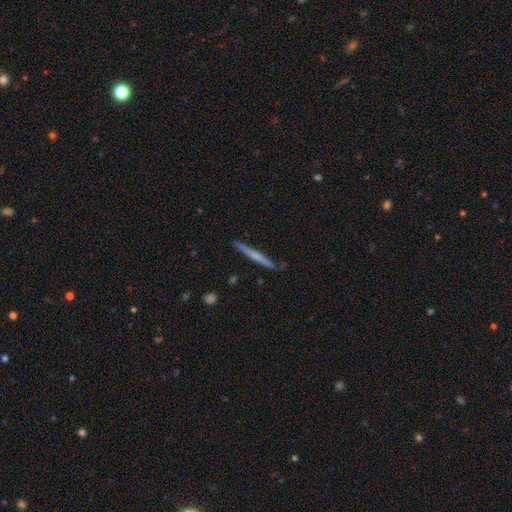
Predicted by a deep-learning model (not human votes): Smooth or featured: smooth — 48% (featured or disk — 47%)
Merging: none — 88% (minor disturbance — 9%)